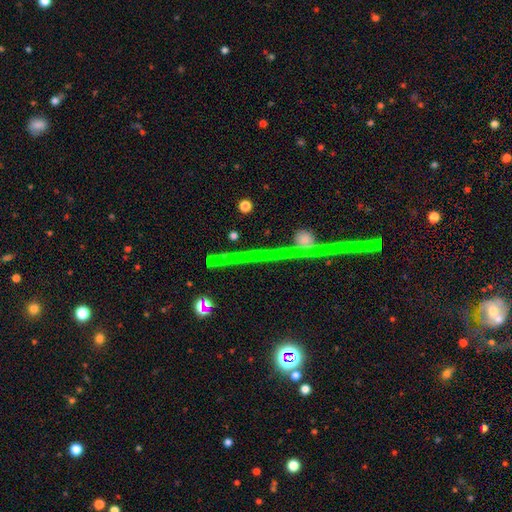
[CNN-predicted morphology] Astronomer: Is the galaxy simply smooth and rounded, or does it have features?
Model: star or artifact — 63%.